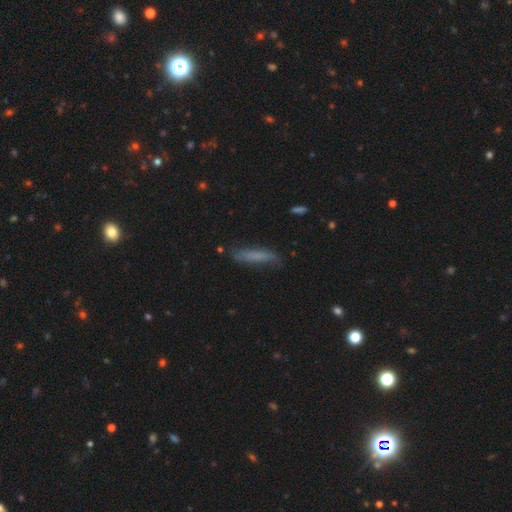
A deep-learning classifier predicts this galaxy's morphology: The model was most divided on "smooth or featured": smooth: 67%, featured or disk: 24%, star or artifact: 9%. More confident: how rounded — cigar-shaped (86%); merging — none (75%).